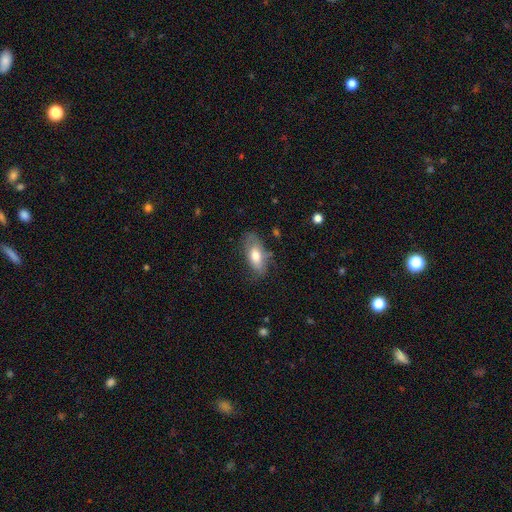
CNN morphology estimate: This appears to be a smooth galaxy with no disk features (69%) that is in between round and cigar-shaped (86%). Merging: none (60%).